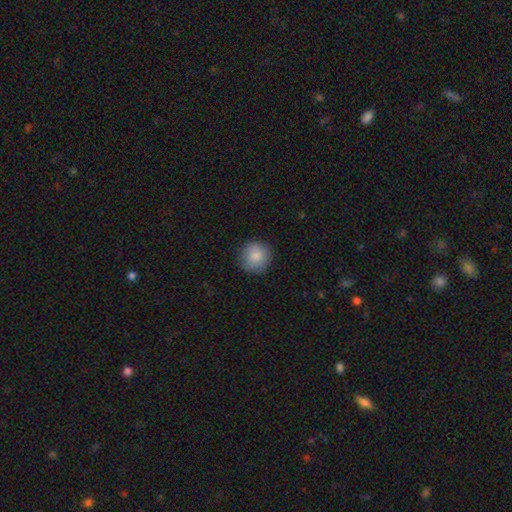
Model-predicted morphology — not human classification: Smooth or featured? Predicted: smooth (p=0.86). How rounded? Predicted: round (p=0.93). Merging? Predicted: none (p=0.85).